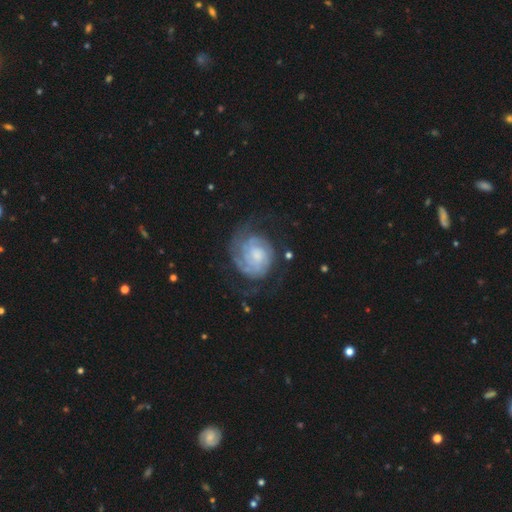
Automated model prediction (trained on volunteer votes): This is clearly a featured or disk galaxy (81%). It is clearly not viewed edge-on (98%). Bar: likely no (65%). Spiral arm pattern: clearly yes (95%). Spiral arm count: marginally 2 (38%). Spiral winding: likely tight (66%). Central bulge: marginally small (37%). Merging: likely none (63%).